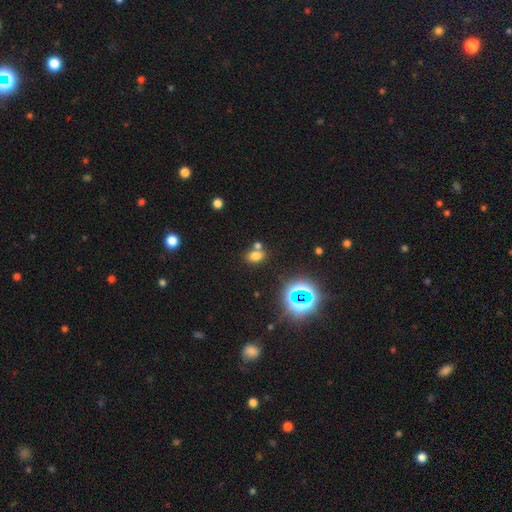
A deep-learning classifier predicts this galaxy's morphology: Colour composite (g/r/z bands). It shows a smooth galaxy with no disk features (67%) that is in between round and cigar-shaped (73%). Merging: none (59%).